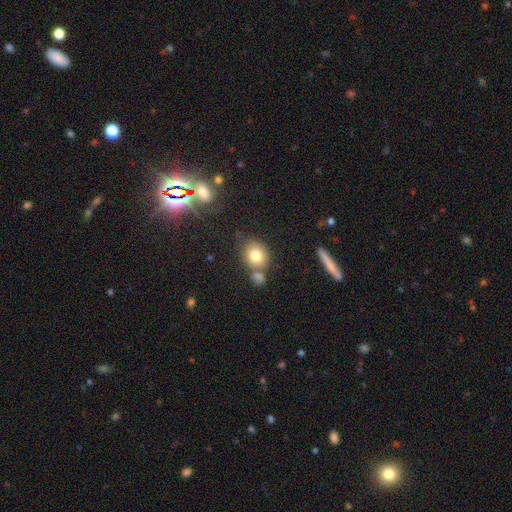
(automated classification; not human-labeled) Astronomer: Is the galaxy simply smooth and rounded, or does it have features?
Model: smooth — 78%.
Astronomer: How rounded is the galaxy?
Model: round — 72%.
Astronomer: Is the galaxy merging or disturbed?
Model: none — 59%.